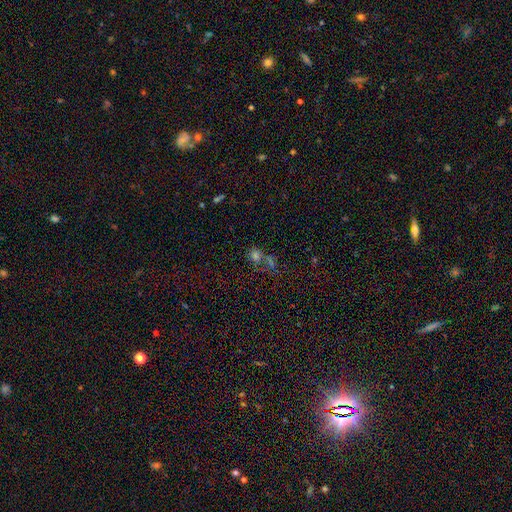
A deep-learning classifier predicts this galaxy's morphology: This is possibly a smooth galaxy (50%). Merging: marginally none (43%).